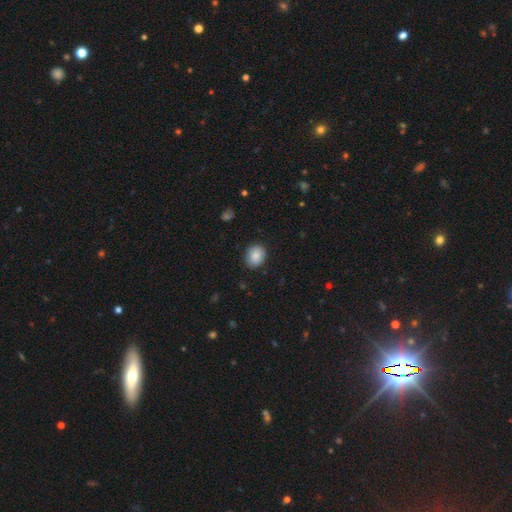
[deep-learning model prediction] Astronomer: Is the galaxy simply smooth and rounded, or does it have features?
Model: smooth — 87%.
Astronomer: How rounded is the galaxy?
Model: round — 61% (runner-up: in between, 39%).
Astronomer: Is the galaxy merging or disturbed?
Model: none — 87%.